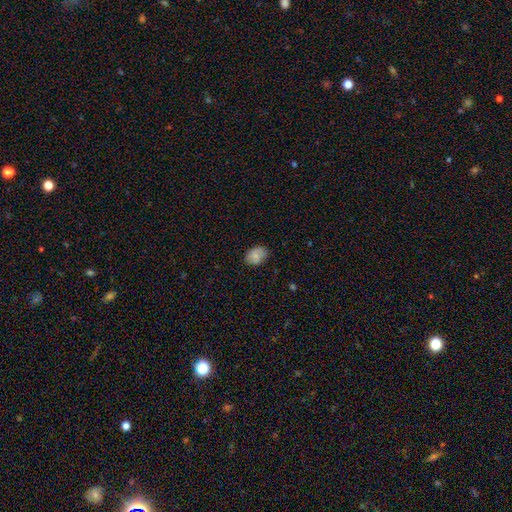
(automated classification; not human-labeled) This is clearly a smooth galaxy (81%). How rounded: likely in between (74%). Merging: likely none (79%).